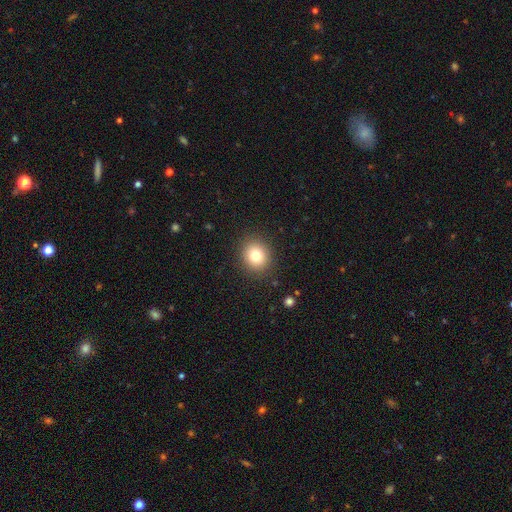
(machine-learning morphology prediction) Q: Smooth or featured?
A: smooth (79%); runner-up: star or artifact (12%)
Q: How rounded?
A: round (79%); runner-up: in between (20%)
Q: Merging?
A: none (89%); runner-up: minor disturbance (7%)